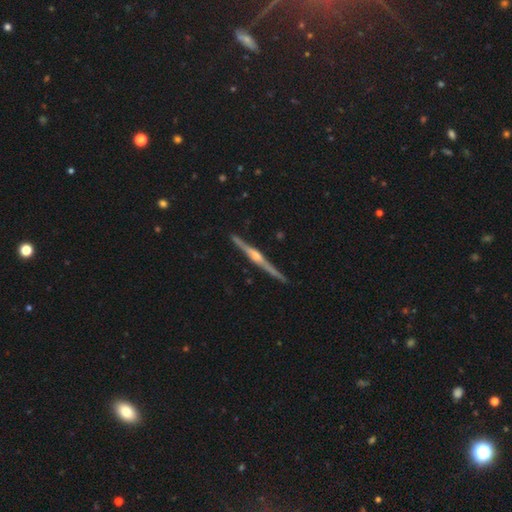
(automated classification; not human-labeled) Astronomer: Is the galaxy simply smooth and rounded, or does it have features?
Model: featured or disk — 88%.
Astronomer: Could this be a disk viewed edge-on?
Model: yes — 99%.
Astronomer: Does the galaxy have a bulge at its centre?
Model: rounded — 86%.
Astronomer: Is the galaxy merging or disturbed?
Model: none — 92%.